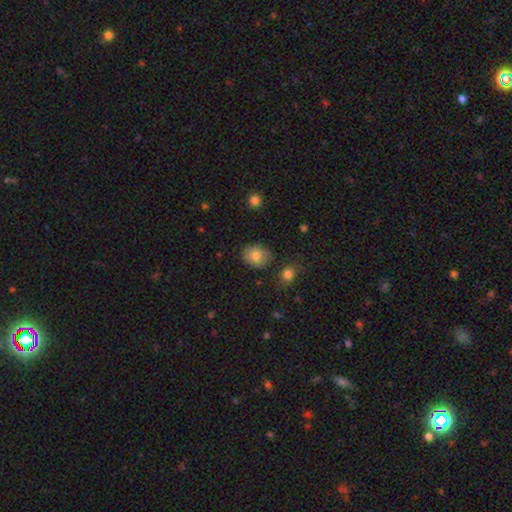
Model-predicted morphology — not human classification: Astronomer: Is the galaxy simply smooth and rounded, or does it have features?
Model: smooth — 79%.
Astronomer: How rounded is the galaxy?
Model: round — 64%.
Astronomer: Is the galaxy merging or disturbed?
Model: none — 84%.